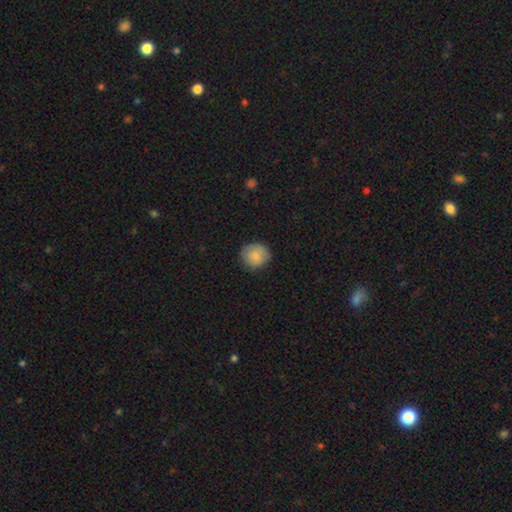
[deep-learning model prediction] Smooth or featured? smooth (84%)
How rounded? round (85%)
Merging? none (82%)